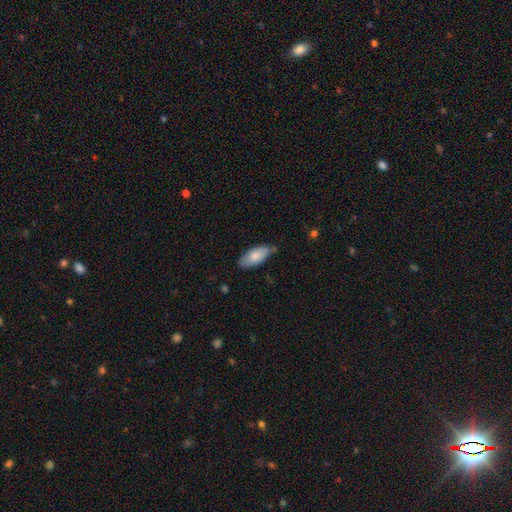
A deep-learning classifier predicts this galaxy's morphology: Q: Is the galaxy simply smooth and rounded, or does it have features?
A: smooth — 80%.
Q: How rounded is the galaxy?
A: in between — 89%.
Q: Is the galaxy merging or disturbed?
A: none — 68%.